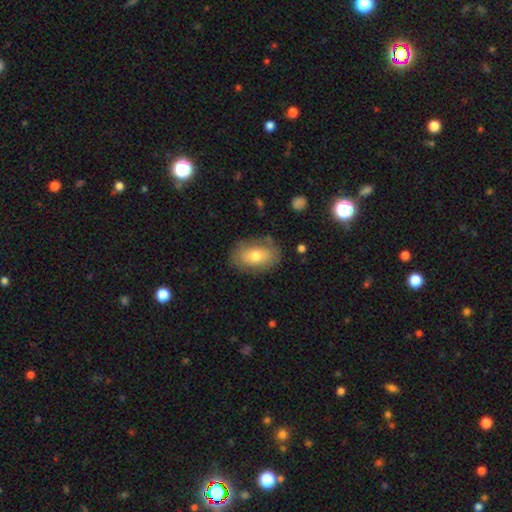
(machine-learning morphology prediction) Overall: smooth (68%). How rounded: in between (86%). Merging: none (77%).